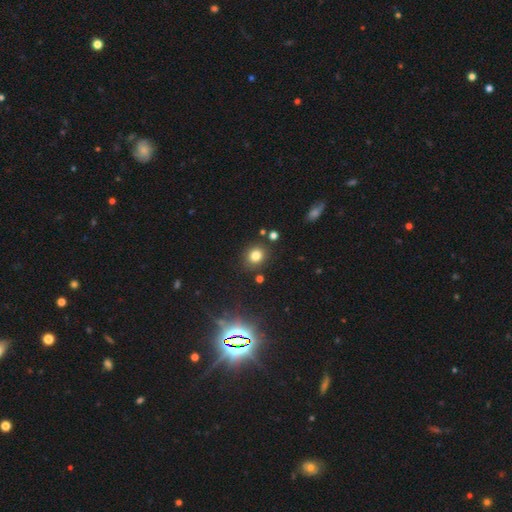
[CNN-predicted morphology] Smooth or featured? Predicted: smooth (p=0.78). How rounded? Predicted: round (p=0.74). Merging? Predicted: none (p=0.85).